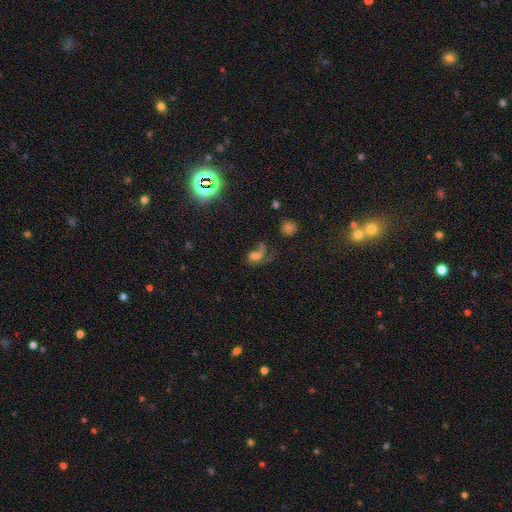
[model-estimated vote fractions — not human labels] Smooth or featured? smooth (42%)
Merging? major disturbance (44%)